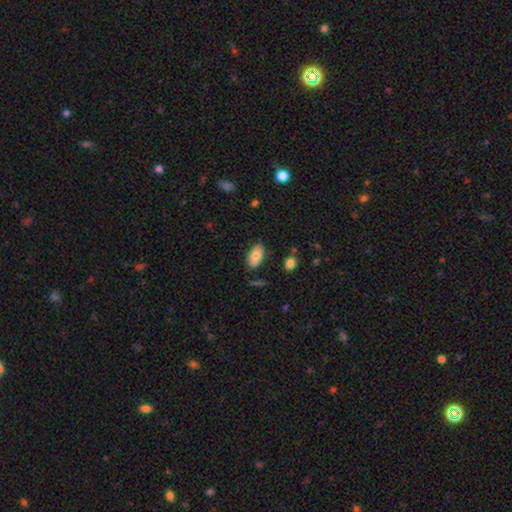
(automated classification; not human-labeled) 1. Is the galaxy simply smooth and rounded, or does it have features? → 76% smooth, 17% featured or disk, 7% star or artifact.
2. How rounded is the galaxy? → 94% in between, 5% round, 2% cigar-shaped.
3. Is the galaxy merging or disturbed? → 79% none, 15% minor disturbance, 3% major disturbance, 3% merger.